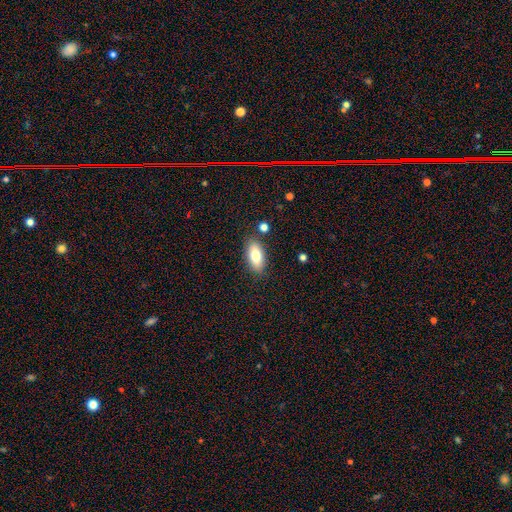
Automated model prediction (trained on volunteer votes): A smooth galaxy with no disk features (78%) that is in between round and cigar-shaped (88%).

Vote fractions:
- Smooth or featured? smooth: 78% / featured or disk: 15% / star or artifact: 7%
- How rounded? in between: 88% / cigar-shaped: 9% / round: 3%
- Merging? none: 83% / minor disturbance: 11% / merger: 3% / major disturbance: 3%